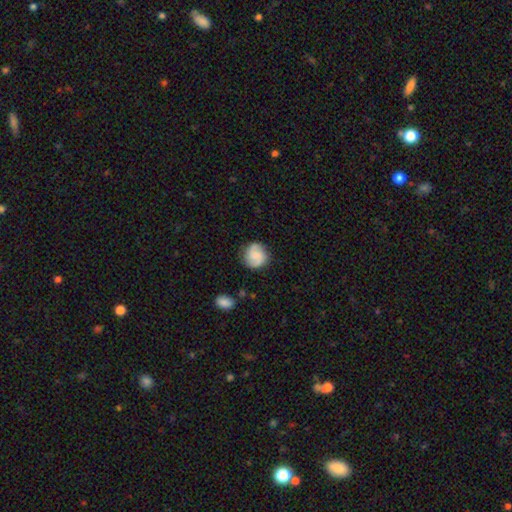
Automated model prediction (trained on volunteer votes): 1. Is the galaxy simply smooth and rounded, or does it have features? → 50% smooth, 42% featured or disk, 8% star or artifact.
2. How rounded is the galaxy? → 83% round, 16% in between, 1% cigar-shaped.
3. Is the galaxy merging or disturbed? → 78% none, 15% minor disturbance, 5% major disturbance, 2% merger.